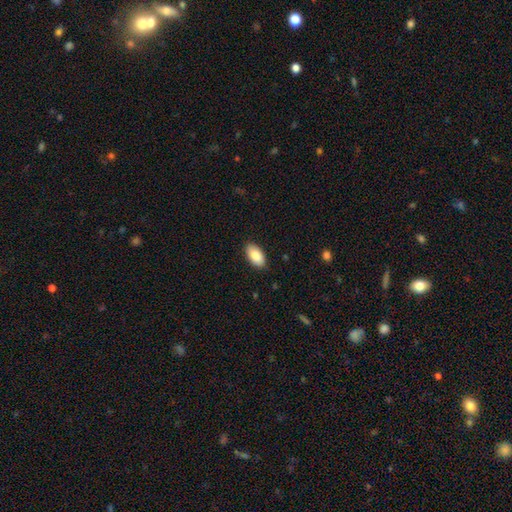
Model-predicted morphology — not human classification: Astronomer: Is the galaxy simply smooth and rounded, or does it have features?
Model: smooth — 88%.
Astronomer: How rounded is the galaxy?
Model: in between — 95%.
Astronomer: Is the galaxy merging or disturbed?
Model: none — 87%.